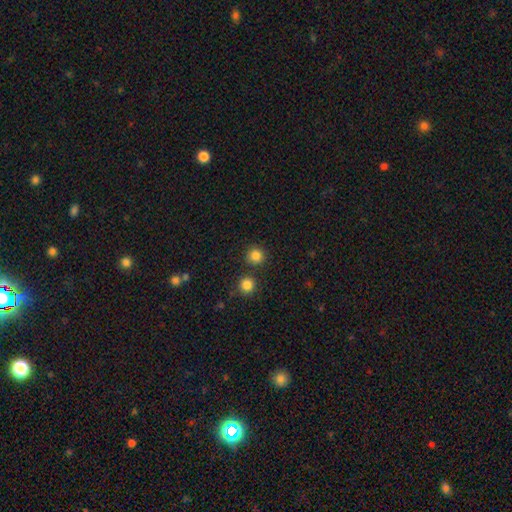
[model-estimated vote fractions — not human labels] Smooth or featured? Predicted: smooth (p=0.83). How rounded? Predicted: round (p=0.93). Merging? Predicted: none (p=0.83).